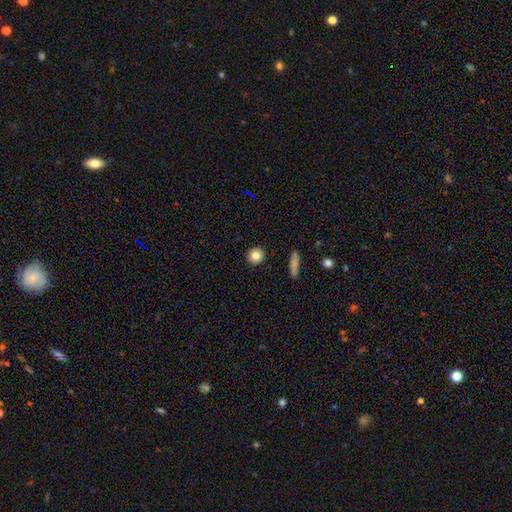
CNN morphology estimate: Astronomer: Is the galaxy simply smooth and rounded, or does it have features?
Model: smooth — 83%.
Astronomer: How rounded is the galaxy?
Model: round — 86%.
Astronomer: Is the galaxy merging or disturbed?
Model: none — 91%.